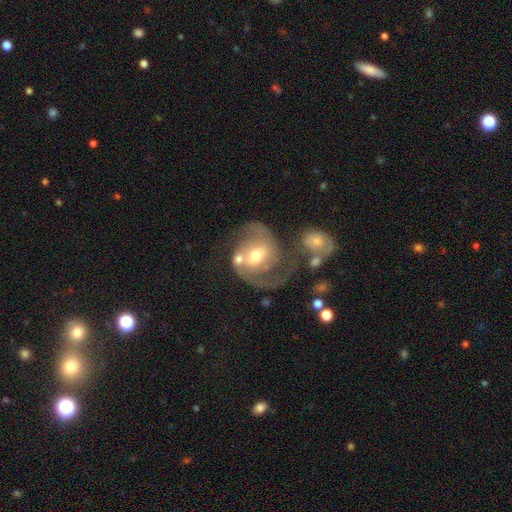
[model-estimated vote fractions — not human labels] This is clearly a featured or disk galaxy (83%). It is clearly not viewed edge-on (98%). Bar: marginally weak (43%). Spiral arm pattern: clearly yes (93%). Spiral arm count: clearly 2 (85%). Spiral winding: possibly medium (54%). Central bulge: likely moderate (68%). Merging: possibly none (45%).